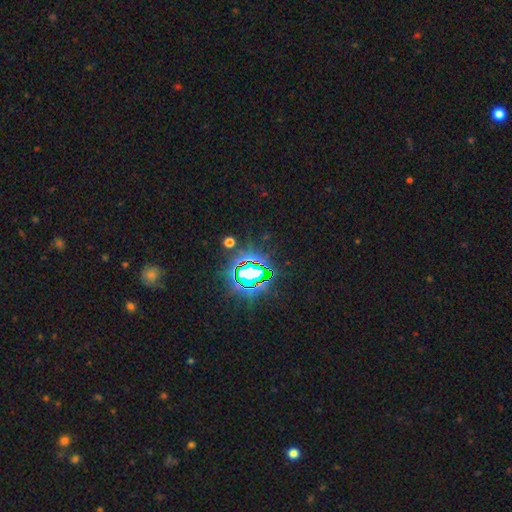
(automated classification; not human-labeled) Overall: star or artifact (81%).